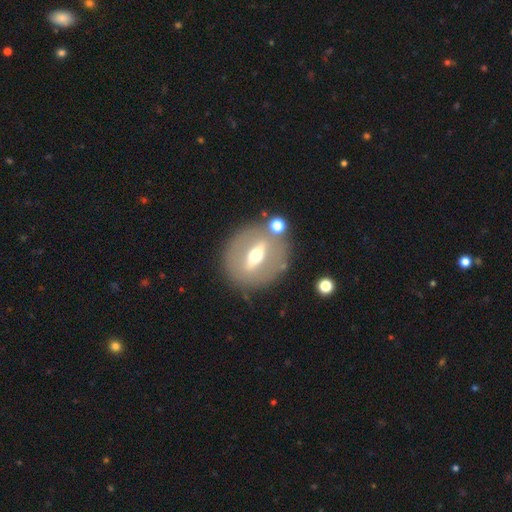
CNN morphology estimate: Q: Smooth or featured?
A: featured or disk (66%); runner-up: smooth (26%)
Q: Edge-on disk?
A: no (63%); runner-up: yes (37%)
Q: Merging?
A: none (78%); runner-up: minor disturbance (10%)